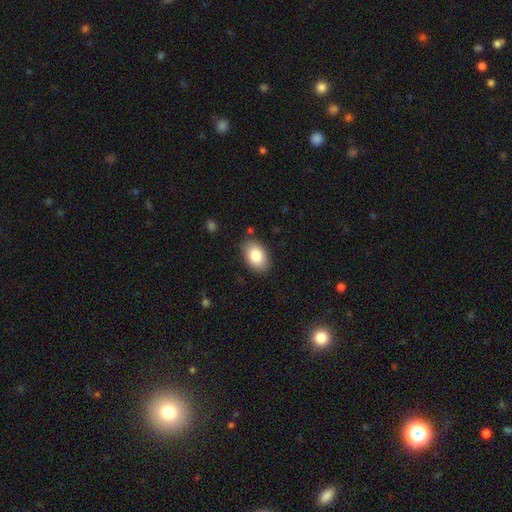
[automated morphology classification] This appears to be a smooth galaxy with no disk features (83%) that is in between round and cigar-shaped (88%). Merging: none (85%).